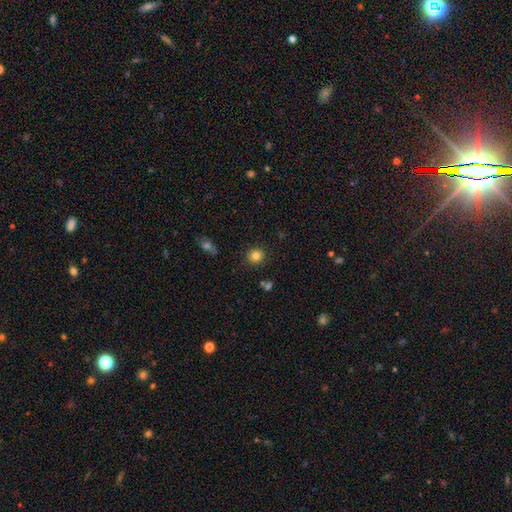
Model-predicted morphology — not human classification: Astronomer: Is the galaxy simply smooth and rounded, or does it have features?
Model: smooth — 82%.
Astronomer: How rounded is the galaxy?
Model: round — 89%.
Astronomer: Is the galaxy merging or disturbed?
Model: none — 88%.